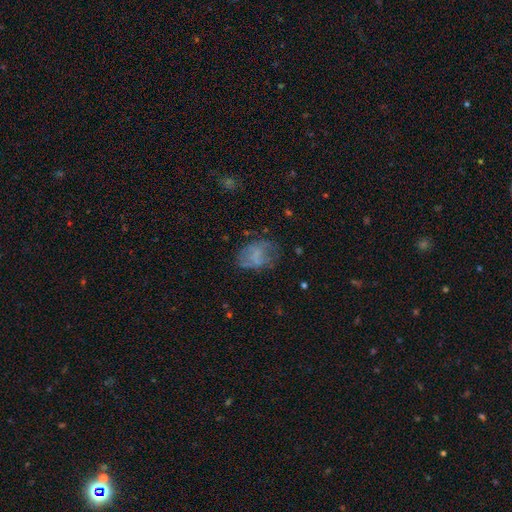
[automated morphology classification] This appears to be a smooth galaxy with no disk features (52%) that is in between round and cigar-shaped (75%). Merging: none (50%).